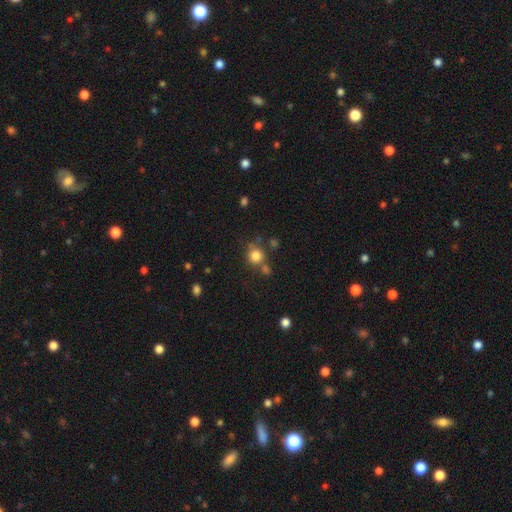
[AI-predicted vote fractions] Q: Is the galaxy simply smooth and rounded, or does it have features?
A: smooth — 80%.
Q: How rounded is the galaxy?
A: round — 88%.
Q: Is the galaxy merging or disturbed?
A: none — 63%.